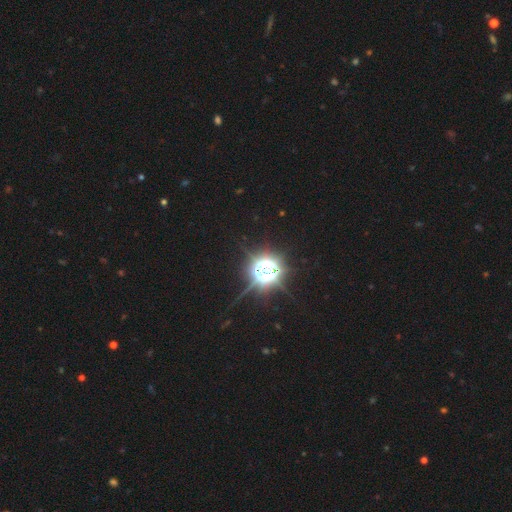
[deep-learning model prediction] Smooth or featured? Predicted: star or artifact (p=0.85).